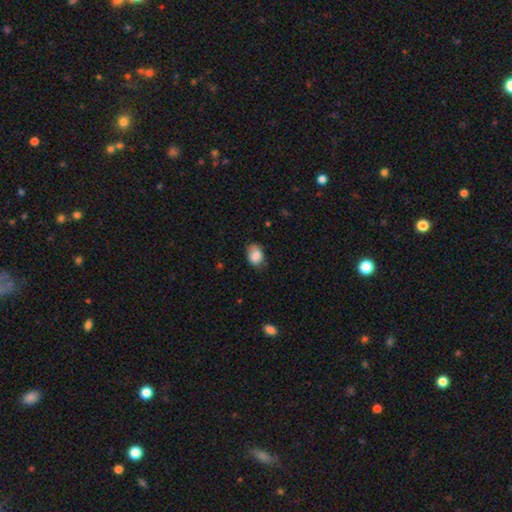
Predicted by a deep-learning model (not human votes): This appears to be a smooth galaxy with no disk features (85%) that is in between round and cigar-shaped (75%). Merging: none (69%).